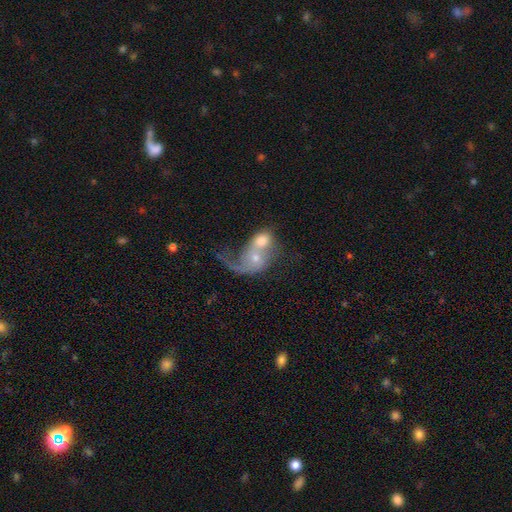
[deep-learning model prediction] smooth-or-featured: featured or disk: 55% | smooth: 36% | star or artifact: 9%
  disk-edge-on: no: 96% | yes: 4%
    bar: no: 76% | weak: 20% | strong: 4%
    has-spiral-arms: yes: 65% | no: 35%
    bulge-size: moderate: 48% | small: 31% | large: 11% | none: 6% | dominant: 3%
  merging: merger: 79% | major disturbance: 10% | none: 8% | minor disturbance: 4%